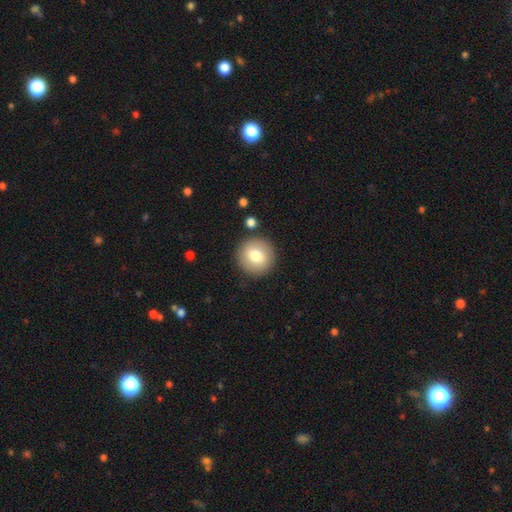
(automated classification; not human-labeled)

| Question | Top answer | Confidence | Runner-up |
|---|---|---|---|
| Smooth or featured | smooth | 75% | featured or disk (17%) |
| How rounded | round | 94% | in between (5%) |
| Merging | none | 88% | minor disturbance (7%) |